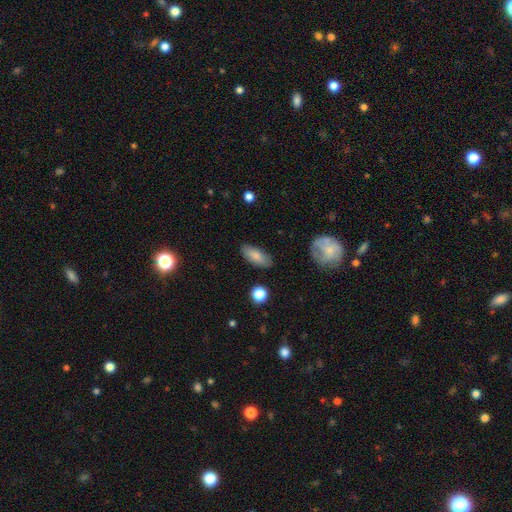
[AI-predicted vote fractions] A smooth galaxy with no disk features (82%) that is in between round and cigar-shaped (82%).

Vote fractions:
- Smooth or featured? smooth: 82% / featured or disk: 12% / star or artifact: 7%
- How rounded? in between: 82% / cigar-shaped: 16% / round: 3%
- Merging? none: 84% / minor disturbance: 11% / major disturbance: 3% / merger: 2%